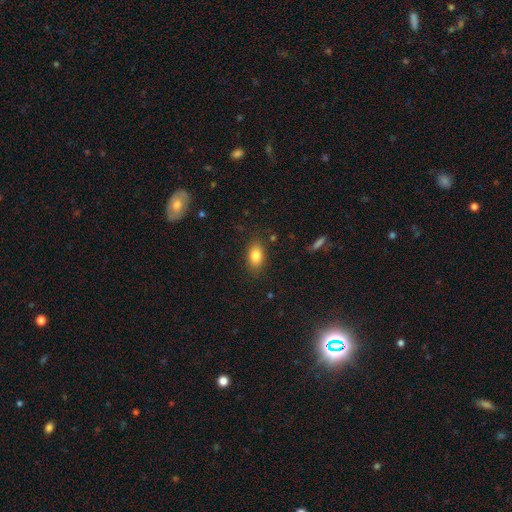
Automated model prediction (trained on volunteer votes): A smooth galaxy with no disk features (82%) that is in between round and cigar-shaped (87%). Merging: none (85%).